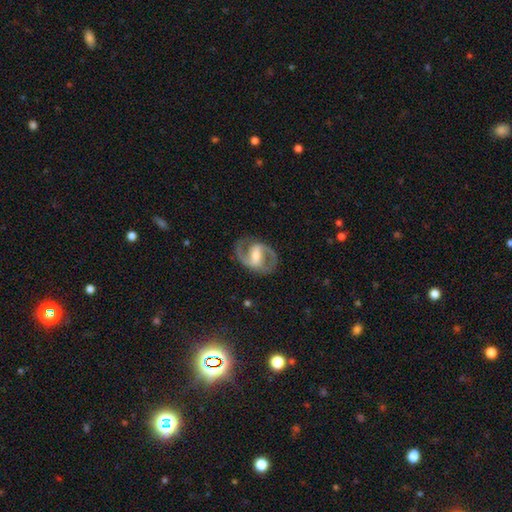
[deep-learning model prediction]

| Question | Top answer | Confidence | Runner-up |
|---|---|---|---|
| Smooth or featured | featured or disk | 88% | smooth (8%) |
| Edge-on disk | no | 97% | yes (3%) |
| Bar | strong | 56% | weak (33%) |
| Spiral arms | yes | 94% | no (6%) |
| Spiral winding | medium | 59% | tight (22%) |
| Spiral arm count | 2 | 92% | can't tell (3%) |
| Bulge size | moderate | 50% | small (35%) |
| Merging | none | 82% | minor disturbance (11%) |